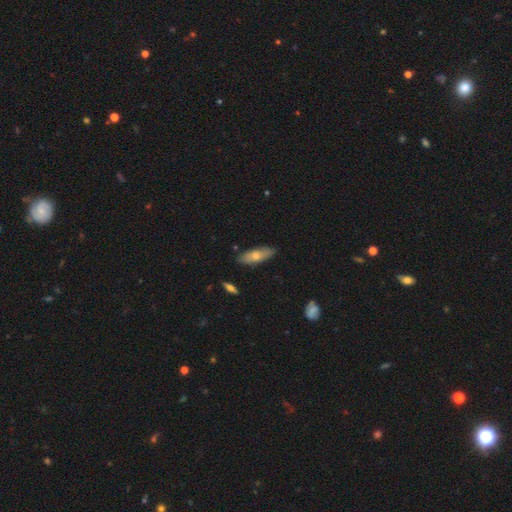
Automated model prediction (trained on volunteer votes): Q: Smooth or featured?
A: smooth (64%); runner-up: featured or disk (30%)
Q: How rounded?
A: in between (59%); runner-up: cigar-shaped (39%)
Q: Merging?
A: none (82%); runner-up: minor disturbance (14%)